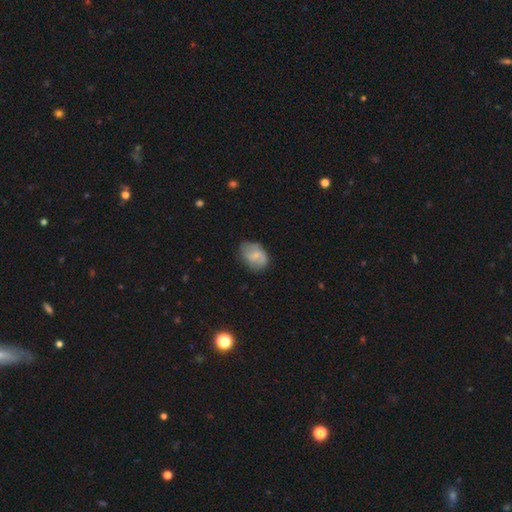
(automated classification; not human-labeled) Morphology: type=smooth (50%); merging=none (65%).